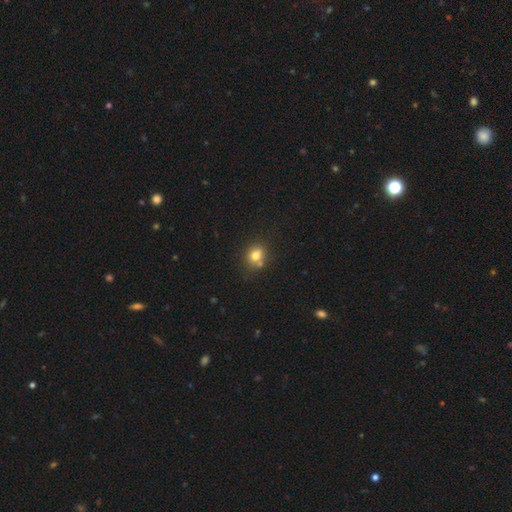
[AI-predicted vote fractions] Overall: smooth (77%). How rounded: round (70%). Merging: none (64%).